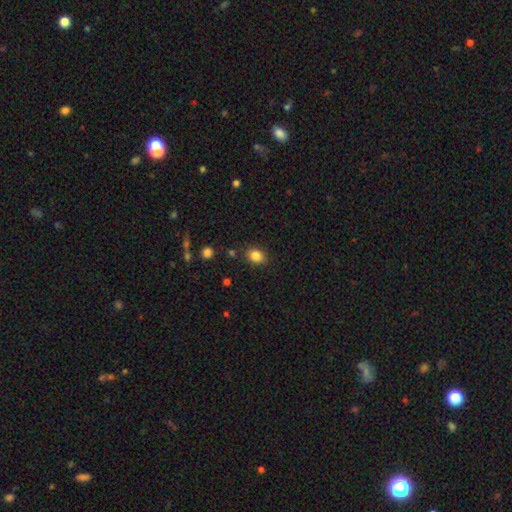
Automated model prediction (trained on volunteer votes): Morphology: type=smooth (85%); roundness=in between (56%); merging=none (84%).